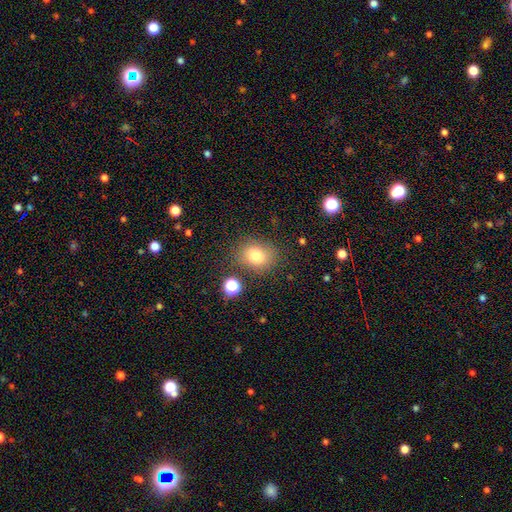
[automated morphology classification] This appears to be a smooth galaxy with no disk features (78%) that is round (53%). Merging: none (79%).